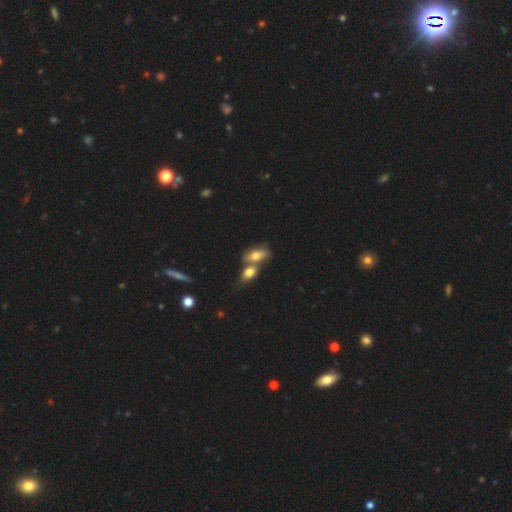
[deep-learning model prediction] This is likely a smooth galaxy (72%). How rounded: clearly in between (84%). Merging: possibly merger (53%).